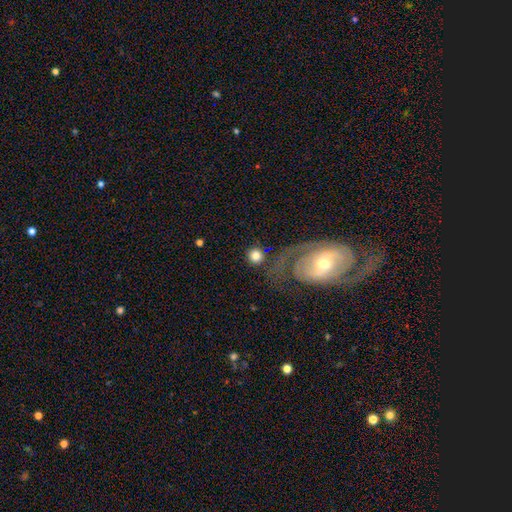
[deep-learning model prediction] Smooth or featured? smooth (77%)
How rounded? round (90%)
Merging? none (73%)